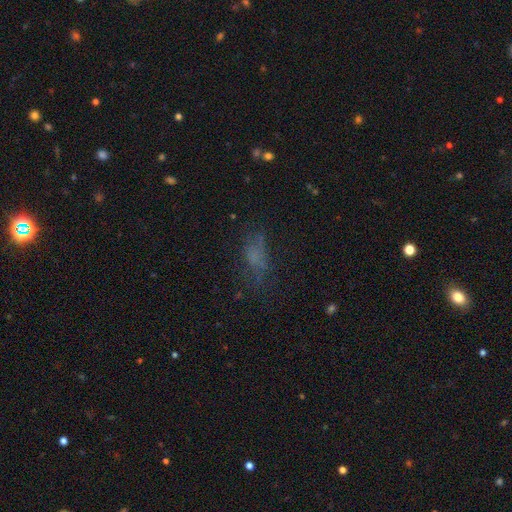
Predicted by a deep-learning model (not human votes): Overall: smooth (55%; featured or disk 23%). How rounded: in between (73%). Merging: none (49%; major disturbance 26%).